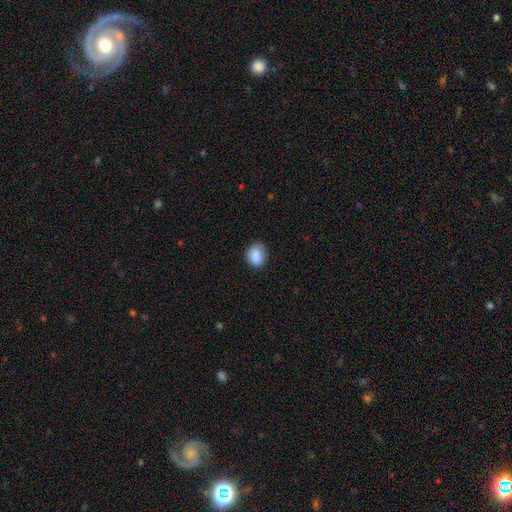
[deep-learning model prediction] Q: Smooth or featured?
A: smooth (88%); runner-up: star or artifact (8%)
Q: How rounded?
A: round (51%); runner-up: in between (48%)
Q: Merging?
A: none (77%); runner-up: minor disturbance (18%)